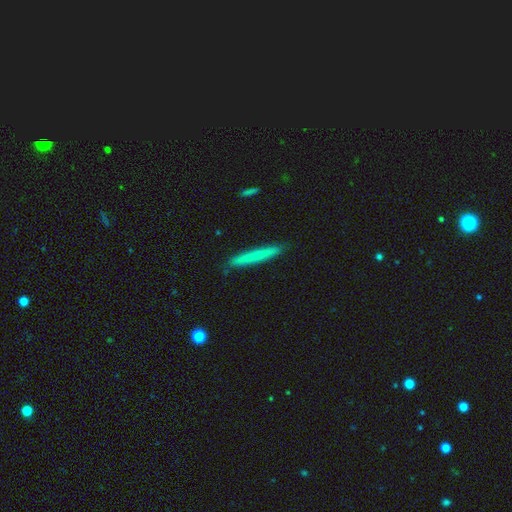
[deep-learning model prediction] smooth_or_featured: smooth (p=0.68) [alt: featured or disk p=0.26]
how_rounded: cigar-shaped (p=0.96) [alt: in between p=0.02]
merging: none (p=0.89) [alt: minor disturbance p=0.08]